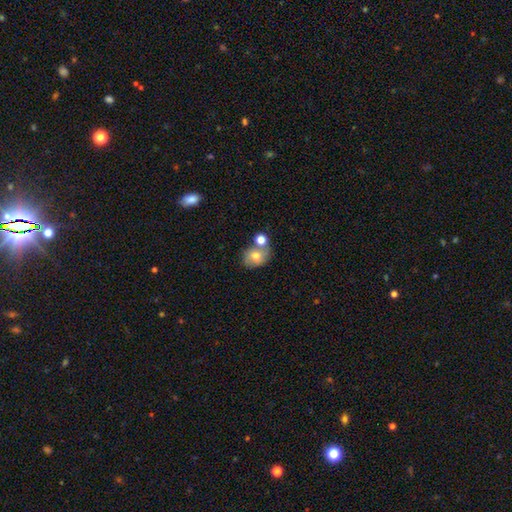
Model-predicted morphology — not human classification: Smooth or featured? Predicted: smooth (p=0.73). How rounded? Predicted: round (p=0.53). Merging? Predicted: none (p=0.47).